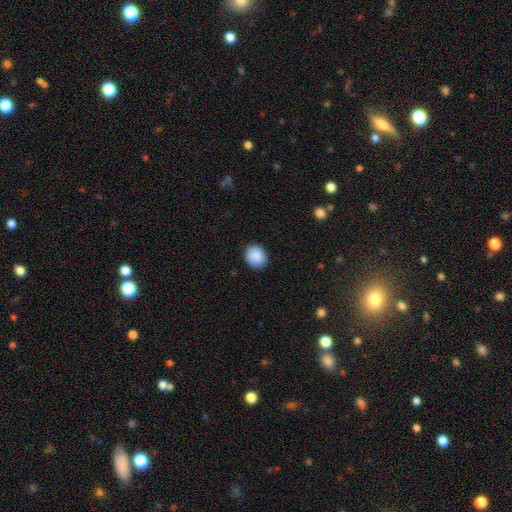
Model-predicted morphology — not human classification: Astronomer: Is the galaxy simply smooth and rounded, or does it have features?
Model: smooth — 89%.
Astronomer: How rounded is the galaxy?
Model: round — 62% (runner-up: in between, 37%).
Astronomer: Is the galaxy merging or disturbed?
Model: none — 85%.